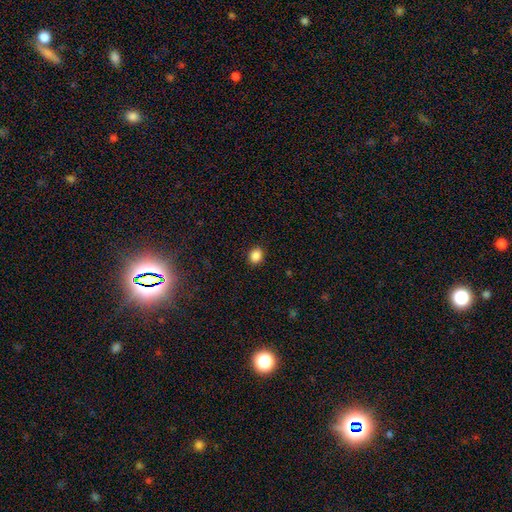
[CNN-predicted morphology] smooth 87%, star or artifact 10%, featured or disk 3%. Down the decision tree: how rounded — round (65%); merging — none (90%).